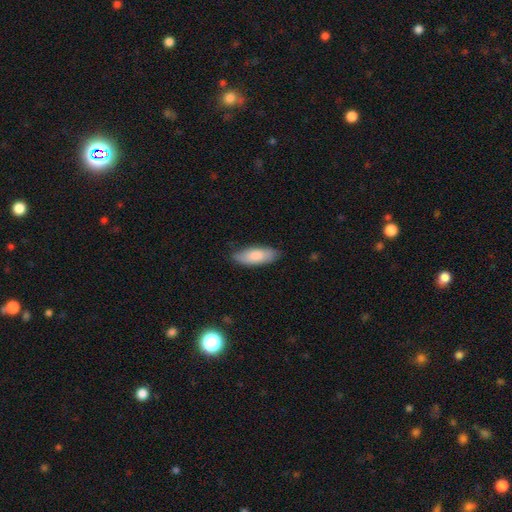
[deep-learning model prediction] A smooth galaxy with no disk features (82%) that is in between round and cigar-shaped (74%). Merging: none (80%).